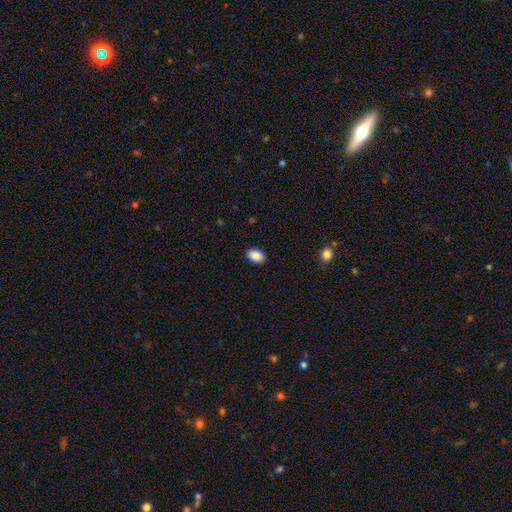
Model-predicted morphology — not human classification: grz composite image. It shows a smooth galaxy with no disk features (90%) that is in between round and cigar-shaped (85%). Merging: none (89%).